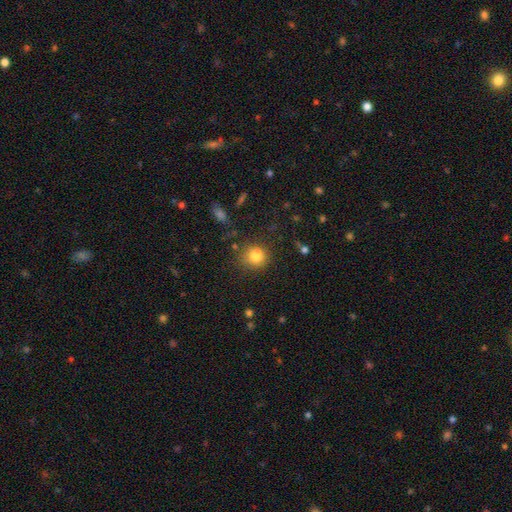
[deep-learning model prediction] A smooth galaxy with no disk features (82%) that is round (83%). Merging: none (79%).